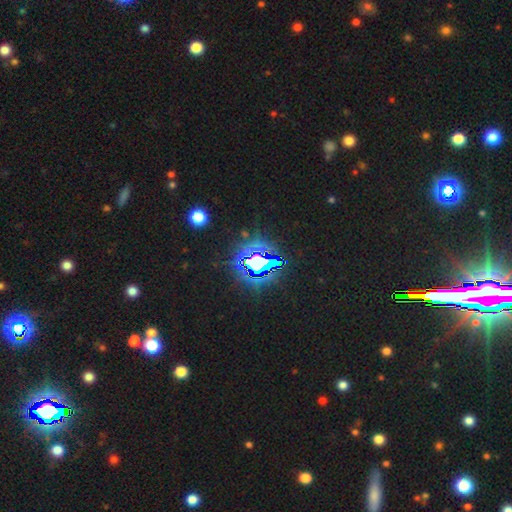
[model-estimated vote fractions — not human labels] This is likely a star or artifact rather than a galaxy (80%).